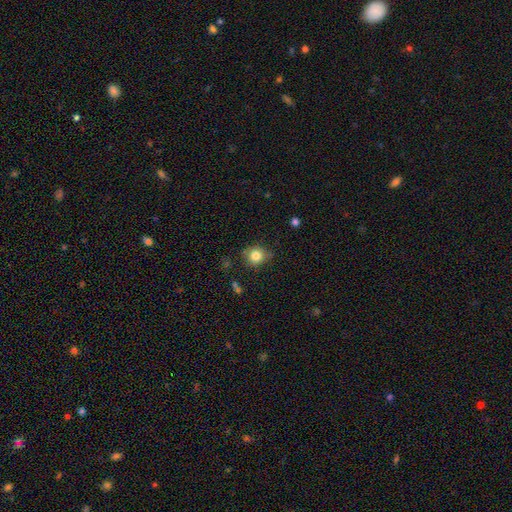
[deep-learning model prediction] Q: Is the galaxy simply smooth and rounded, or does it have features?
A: smooth — 81%.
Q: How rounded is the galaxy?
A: round — 85%.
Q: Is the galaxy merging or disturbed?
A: none — 78%.